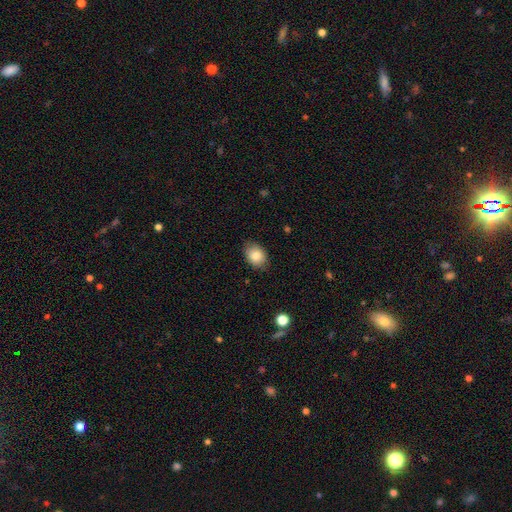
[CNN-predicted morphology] smooth_or_featured: smooth (p=0.83) [alt: featured or disk p=0.08]
how_rounded: in between (p=0.65) [alt: round p=0.34]
merging: none (p=0.82) [alt: minor disturbance p=0.14]